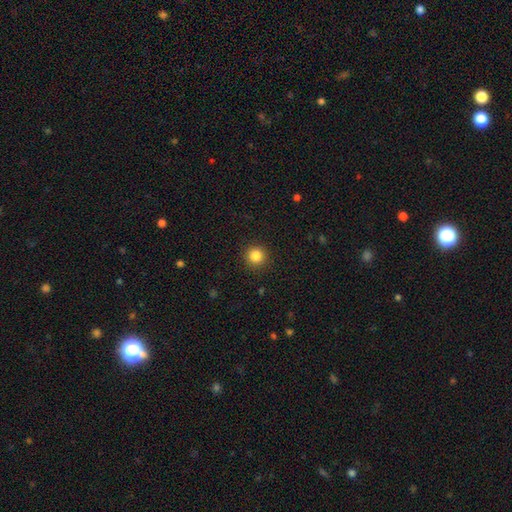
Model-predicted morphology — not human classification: This appears to be a smooth galaxy with no disk features (84%) that is round (95%). Merging: none (92%).